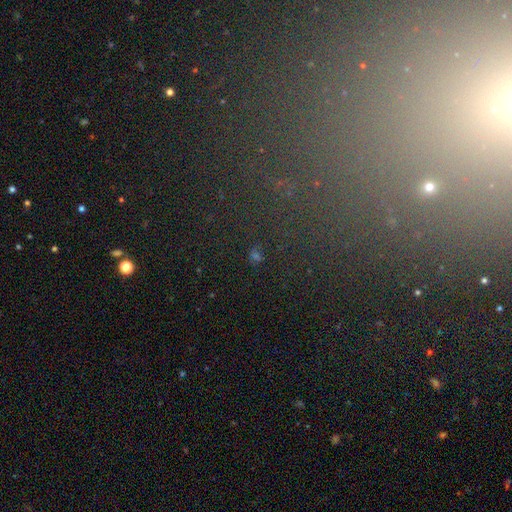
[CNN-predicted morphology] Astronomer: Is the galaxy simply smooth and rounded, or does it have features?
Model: star or artifact — 54% (runner-up: smooth, 34%).